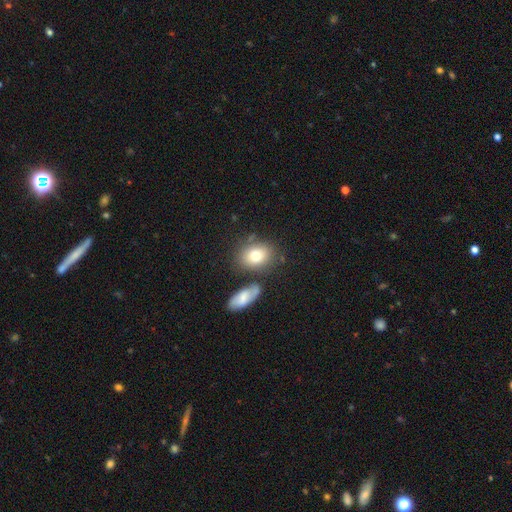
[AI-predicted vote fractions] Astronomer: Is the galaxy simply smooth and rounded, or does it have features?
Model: smooth — 77%.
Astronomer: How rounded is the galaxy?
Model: in between — 65%.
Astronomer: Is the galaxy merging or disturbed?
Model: none — 69%.